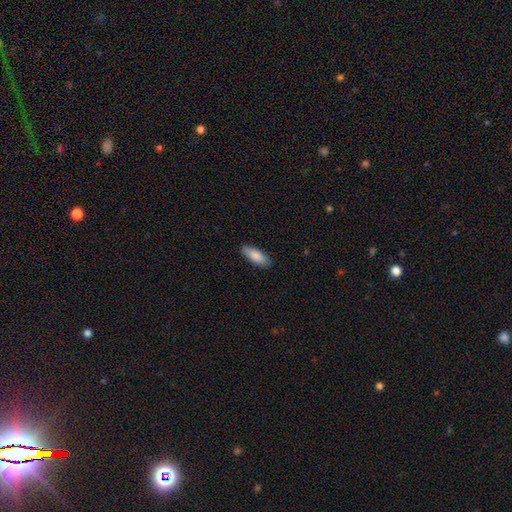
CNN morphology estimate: Smooth or featured: smooth — 86% (featured or disk — 8%)
How rounded: in between — 73% (cigar-shaped — 26%)
Merging: none — 86% (minor disturbance — 11%)